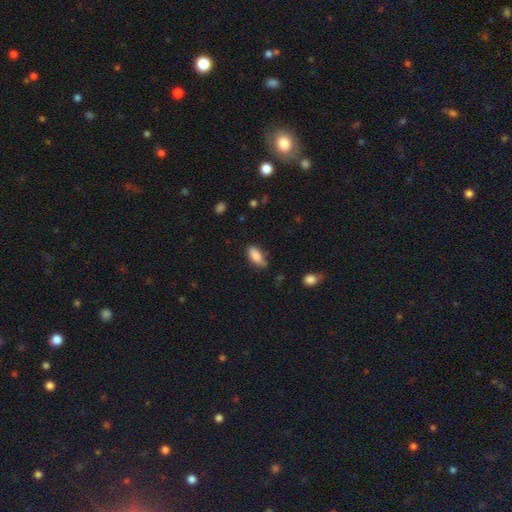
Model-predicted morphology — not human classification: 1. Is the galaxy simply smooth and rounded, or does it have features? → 85% smooth, 8% featured or disk, 7% star or artifact.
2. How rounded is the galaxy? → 86% in between, 12% cigar-shaped, 2% round.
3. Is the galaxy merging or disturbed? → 69% none, 24% minor disturbance, 5% major disturbance, 2% merger.